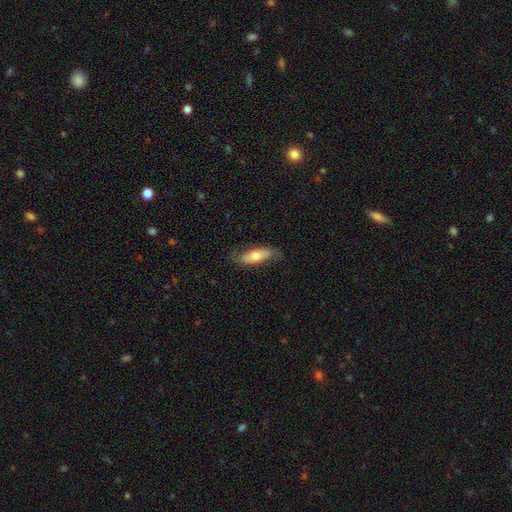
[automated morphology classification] Smooth or featured? Predicted: smooth (p=0.61). How rounded? Predicted: in between (p=0.57). Merging? Predicted: none (p=0.74).